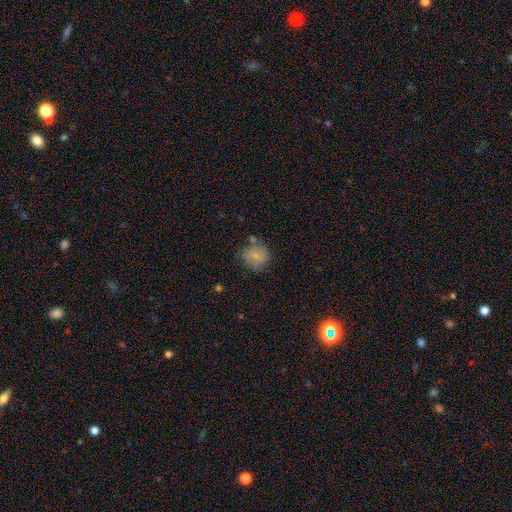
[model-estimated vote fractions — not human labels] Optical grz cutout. It shows a smooth galaxy with no disk features (75%) that is round (80%). Merging: none (64%).